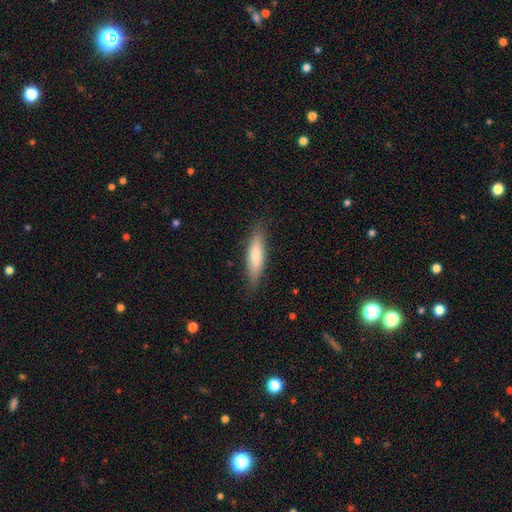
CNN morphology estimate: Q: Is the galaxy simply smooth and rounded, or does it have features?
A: smooth — 77%.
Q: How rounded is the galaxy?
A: cigar-shaped — 72%.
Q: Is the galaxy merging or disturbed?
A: none — 84%.